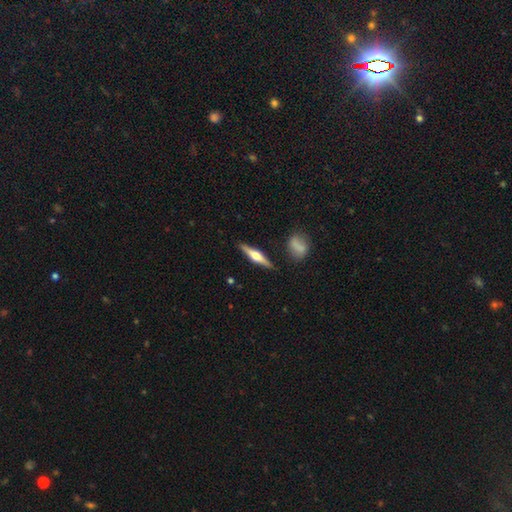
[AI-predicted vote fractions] Smooth or featured?
  - featured or disk: 68% *
  - smooth: 26%
  - star or artifact: 5%
Edge-on disk?
  - yes: 97% *
  - no: 3%
Edge-on bulge?
  - rounded: 93% *
  - boxy: 4%
  - none: 2%
Merging?
  - none: 88% *
  - minor disturbance: 8%
  - merger: 2%
  - major disturbance: 2%